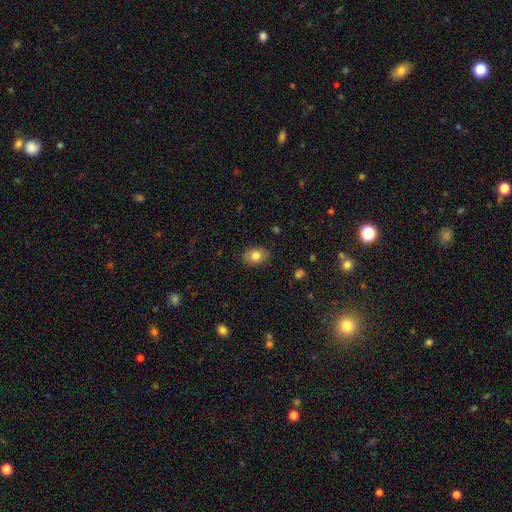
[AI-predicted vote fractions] The model was most divided on "how rounded": in between: 76%, round: 23%, cigar-shaped: 1%. More confident: merging — none (85%); smooth or featured — smooth (80%).